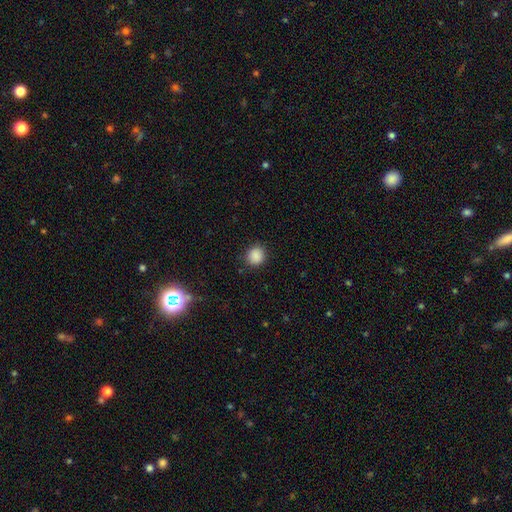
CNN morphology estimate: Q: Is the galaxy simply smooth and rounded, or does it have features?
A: smooth — 87%.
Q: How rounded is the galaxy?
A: round — 83%.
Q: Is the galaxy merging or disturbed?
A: none — 86%.